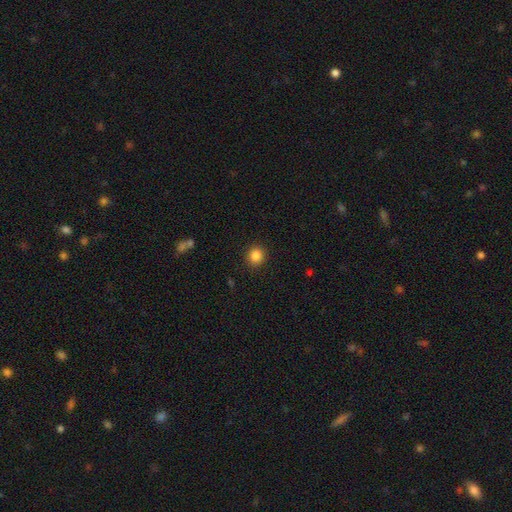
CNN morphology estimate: type=smooth (86%); roundness=round (89%); merging=none (91%).